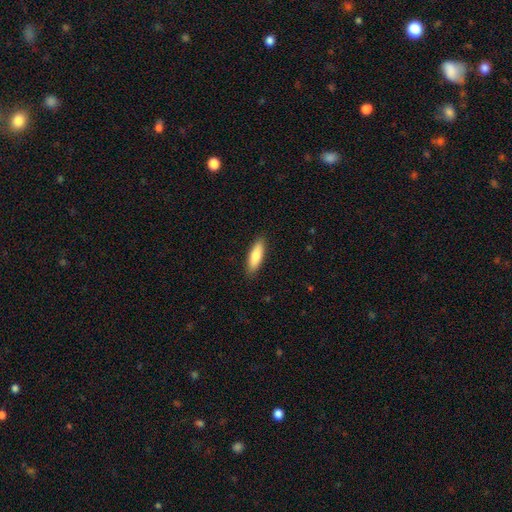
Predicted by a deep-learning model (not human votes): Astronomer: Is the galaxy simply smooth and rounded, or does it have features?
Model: smooth — 82%.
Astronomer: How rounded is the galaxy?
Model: cigar-shaped — 51% (runner-up: in between, 47%).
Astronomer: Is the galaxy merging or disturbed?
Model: none — 89%.